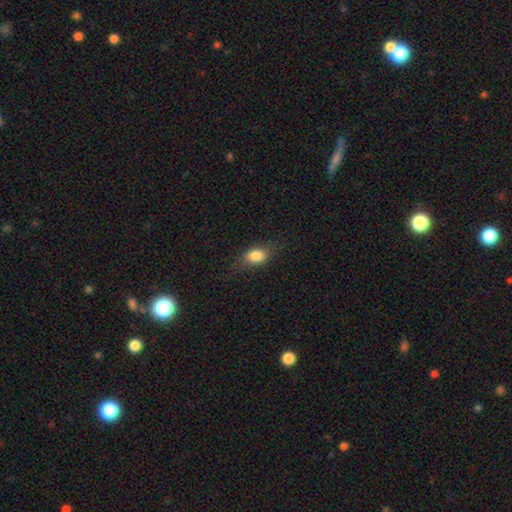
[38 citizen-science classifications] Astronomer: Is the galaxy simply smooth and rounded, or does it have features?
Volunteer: smooth — 95%.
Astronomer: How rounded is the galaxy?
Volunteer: in between — 72%.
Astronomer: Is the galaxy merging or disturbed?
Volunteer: none — 62%.